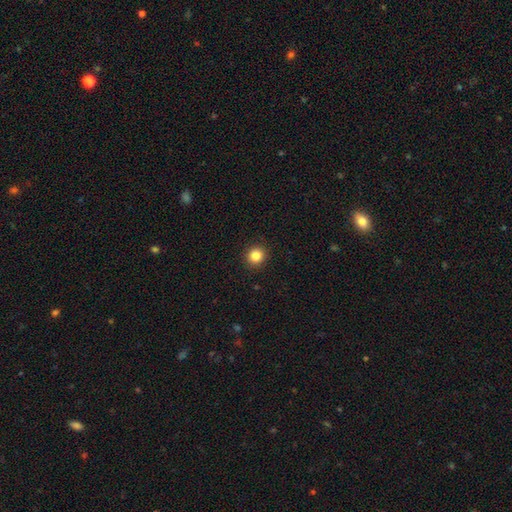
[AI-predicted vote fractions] This is clearly a smooth galaxy (85%). How rounded: clearly round (91%). Merging: clearly none (92%).